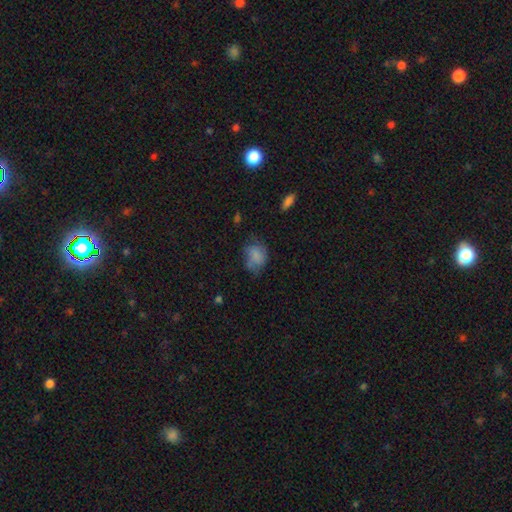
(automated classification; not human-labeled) A smooth galaxy with no disk features (71%) that is in between round and cigar-shaped (64%).

Vote fractions:
- Smooth or featured? smooth: 71% / featured or disk: 19% / star or artifact: 10%
- How rounded? in between: 64% / round: 35% / cigar-shaped: 1%
- Merging? none: 45% / minor disturbance: 32% / major disturbance: 19% / merger: 4%